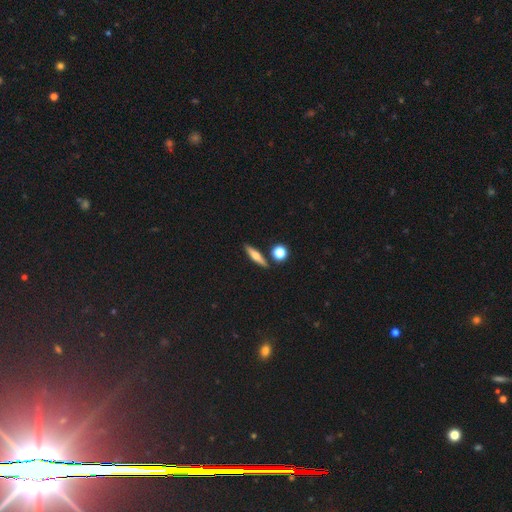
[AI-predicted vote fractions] Morphology: type=featured or disk (49%); merging=none (84%).